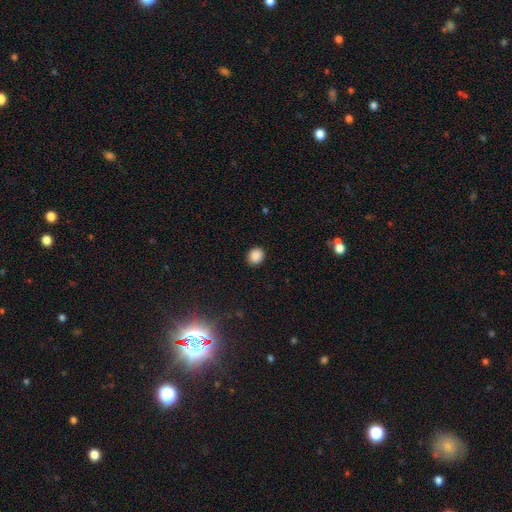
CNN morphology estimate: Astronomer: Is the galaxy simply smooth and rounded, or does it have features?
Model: smooth — 88%.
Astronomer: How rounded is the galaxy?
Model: round — 72%.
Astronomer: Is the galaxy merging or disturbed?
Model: none — 89%.